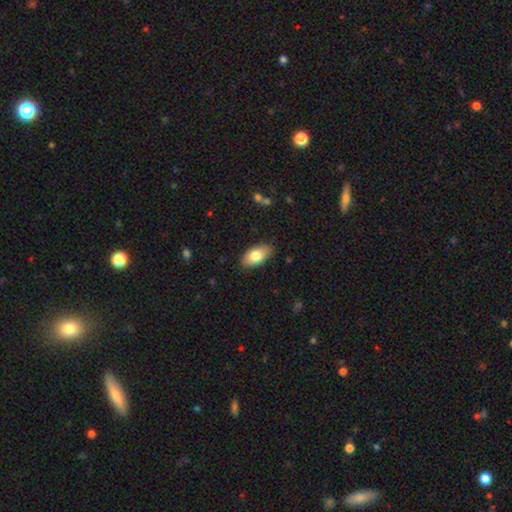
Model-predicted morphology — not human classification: This is likely a smooth galaxy (79%). How rounded: clearly in between (93%). Merging: clearly none (85%).